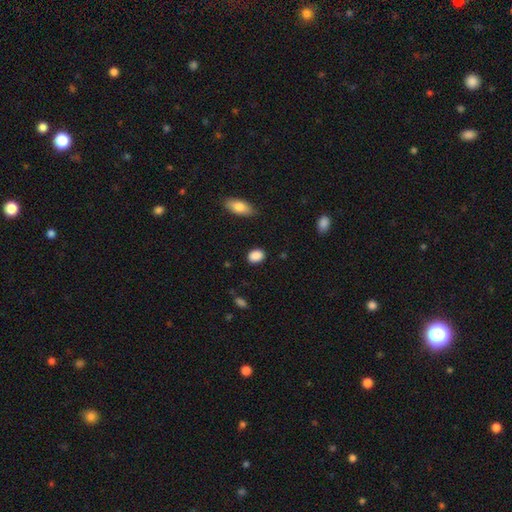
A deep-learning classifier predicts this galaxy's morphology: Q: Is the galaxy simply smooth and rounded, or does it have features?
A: smooth — 89%.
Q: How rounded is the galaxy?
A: in between — 70%.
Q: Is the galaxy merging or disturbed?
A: none — 86%.